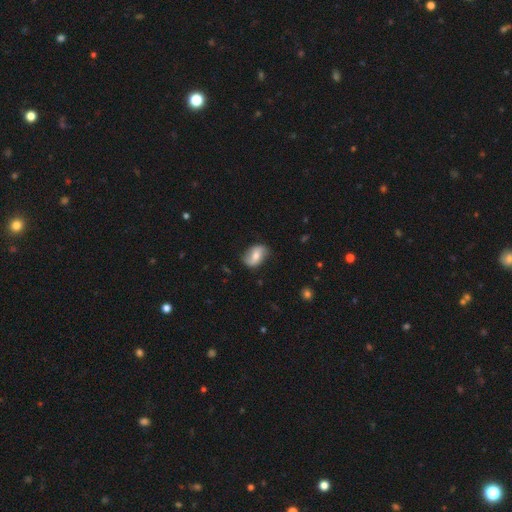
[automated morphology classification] This appears to be a featured or disk galaxy (48%). Merging: none (76%).